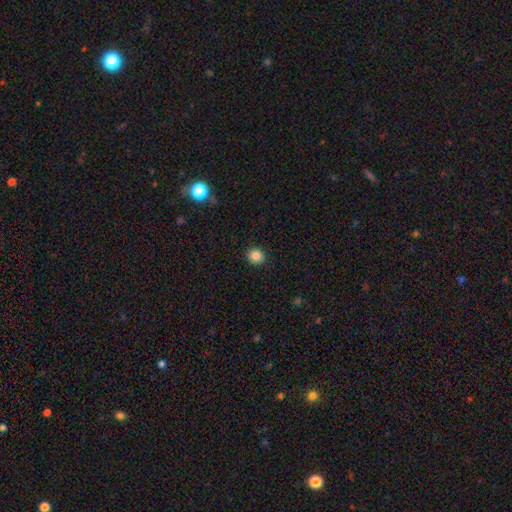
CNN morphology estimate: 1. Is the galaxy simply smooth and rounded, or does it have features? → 85% smooth, 11% star or artifact, 4% featured or disk.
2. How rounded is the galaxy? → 84% round, 16% in between, 1% cigar-shaped.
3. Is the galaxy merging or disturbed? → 92% none, 6% minor disturbance, 2% major disturbance, 1% merger.